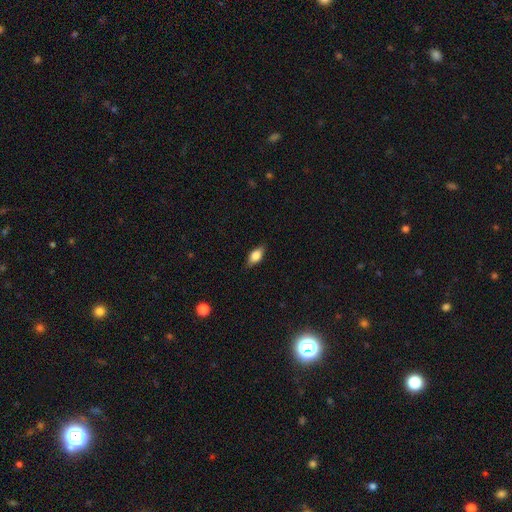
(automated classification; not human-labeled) Smooth or featured?
  - smooth: 75% *
  - featured or disk: 18%
  - star or artifact: 8%
How rounded?
  - in between: 84% *
  - cigar-shaped: 10%
  - round: 6%
Merging?
  - none: 83% *
  - minor disturbance: 13%
  - major disturbance: 3%
  - merger: 1%